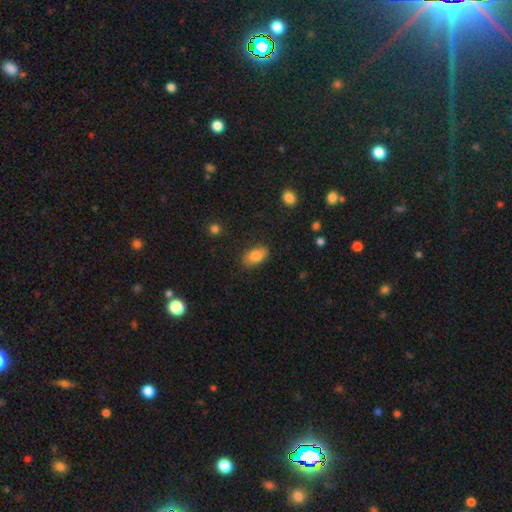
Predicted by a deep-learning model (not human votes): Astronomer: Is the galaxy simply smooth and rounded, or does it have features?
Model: smooth — 80%.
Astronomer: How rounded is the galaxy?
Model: in between — 90%.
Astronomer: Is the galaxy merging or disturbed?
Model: none — 81%.